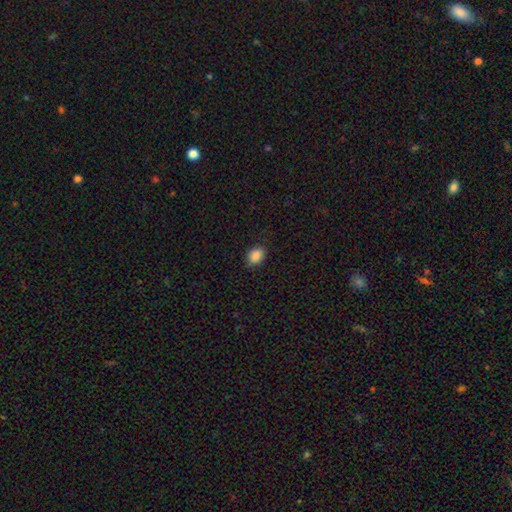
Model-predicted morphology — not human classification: Smooth or featured? smooth (88%)
How rounded? in between (69%)
Merging? none (86%)